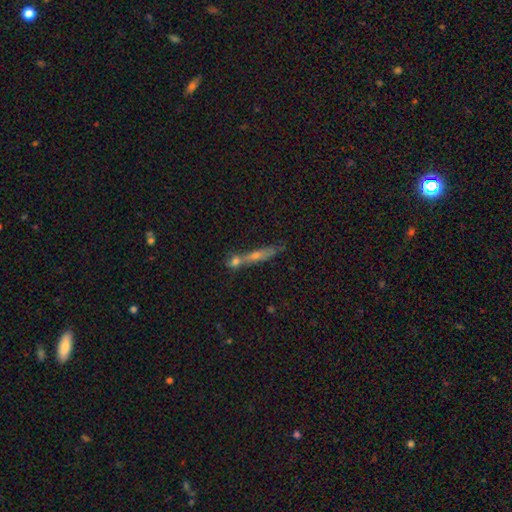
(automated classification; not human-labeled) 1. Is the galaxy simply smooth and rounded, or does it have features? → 45% featured or disk, 40% smooth, 15% star or artifact.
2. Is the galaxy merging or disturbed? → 51% none, 33% merger, 11% minor disturbance, 5% major disturbance.